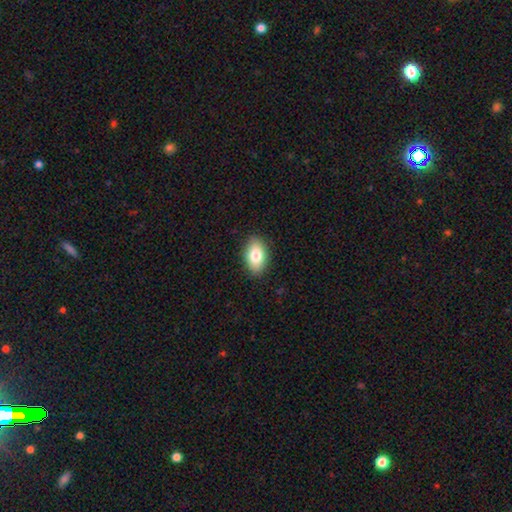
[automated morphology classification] Smooth or featured? smooth (79%)
How rounded? in between (91%)
Merging? none (89%)